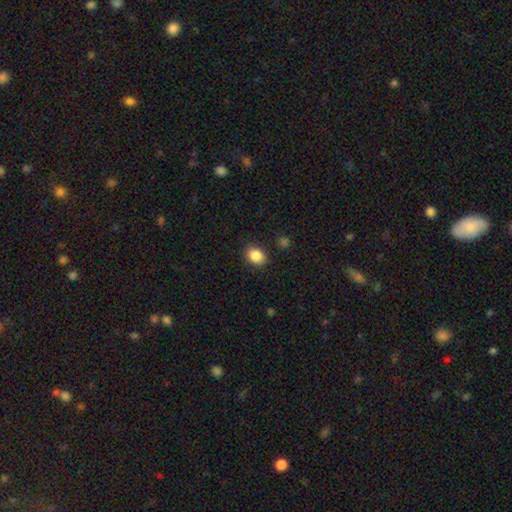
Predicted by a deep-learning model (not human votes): smooth-or-featured: smooth: 87% | star or artifact: 9% | featured or disk: 4%
  how-rounded: in between: 54% | round: 45% | cigar-shaped: 1%
  merging: none: 88% | minor disturbance: 8% | major disturbance: 2% | merger: 2%